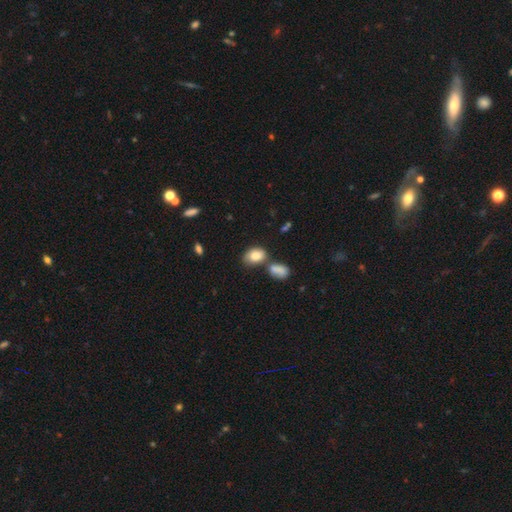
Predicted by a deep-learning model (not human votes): Smooth or featured? Predicted: smooth (p=0.83). How rounded? Predicted: in between (p=0.77). Merging? Predicted: none (p=0.46).